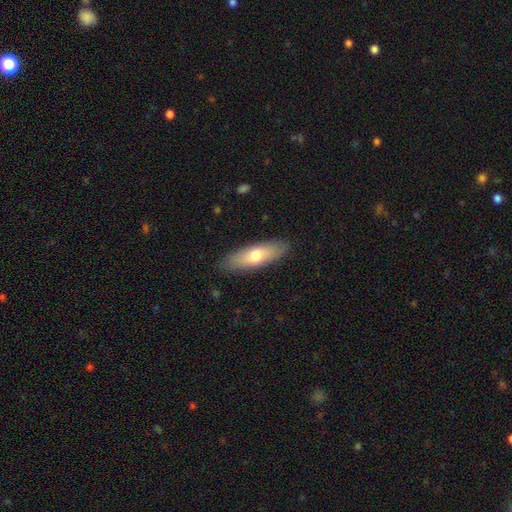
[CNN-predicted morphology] Overall: smooth (67%; featured or disk 28%). How rounded: in between (56%; cigar-shaped 42%). Merging: none (87%).